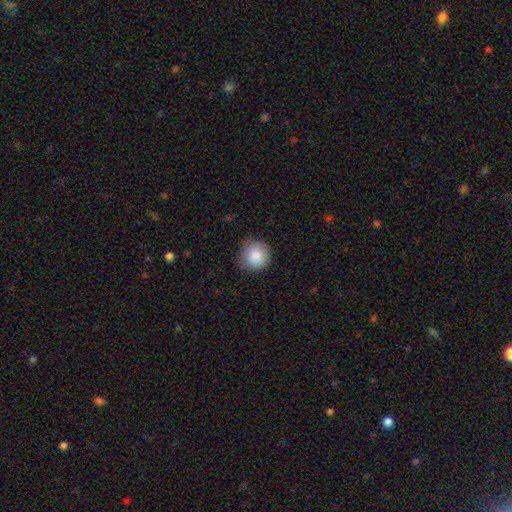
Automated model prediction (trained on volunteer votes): Q: Smooth or featured?
A: smooth (87%); runner-up: star or artifact (8%)
Q: How rounded?
A: round (93%); runner-up: in between (6%)
Q: Merging?
A: none (83%); runner-up: minor disturbance (14%)